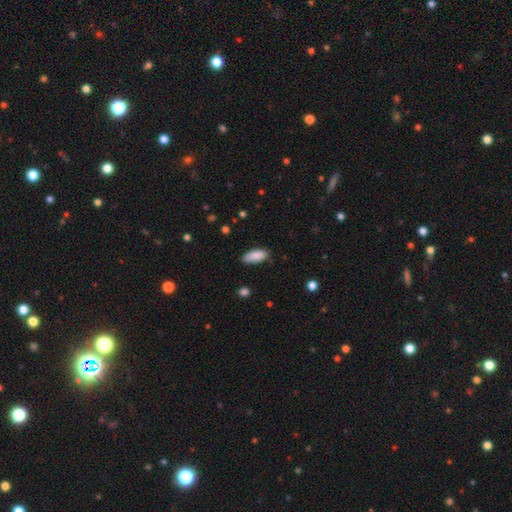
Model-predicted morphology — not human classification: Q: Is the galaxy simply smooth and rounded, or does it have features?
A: smooth — 89%.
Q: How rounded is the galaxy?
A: in between — 83%.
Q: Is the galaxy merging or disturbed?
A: none — 83%.